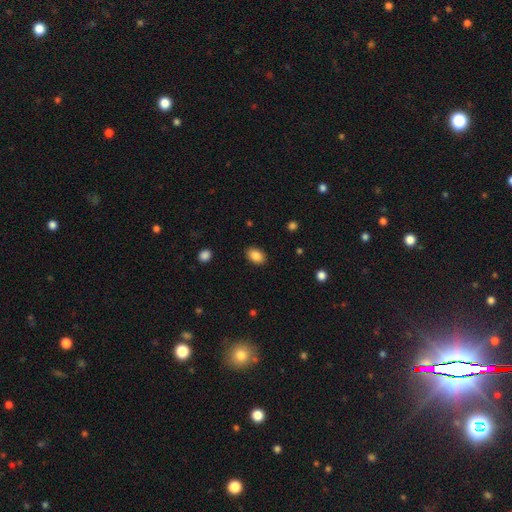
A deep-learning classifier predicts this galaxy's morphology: This appears to be a smooth galaxy with no disk features (87%) that is in between round and cigar-shaped (83%). Merging: none (88%).